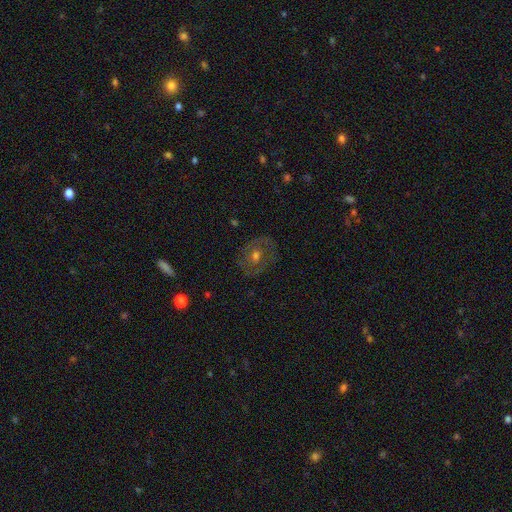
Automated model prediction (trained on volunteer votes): Smooth or featured? Predicted: featured or disk (p=0.48). Merging? Predicted: none (p=0.78).